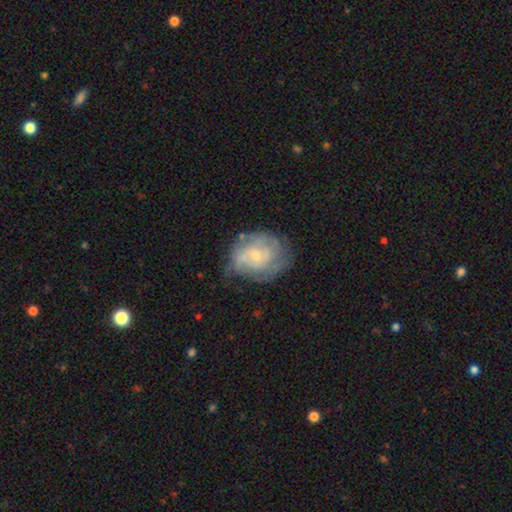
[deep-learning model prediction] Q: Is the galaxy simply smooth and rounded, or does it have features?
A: featured or disk — 69%.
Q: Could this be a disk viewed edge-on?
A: no — 97%.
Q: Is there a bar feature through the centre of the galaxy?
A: no — 72%.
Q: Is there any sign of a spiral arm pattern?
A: yes — 81%.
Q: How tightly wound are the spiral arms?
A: tight — 53%.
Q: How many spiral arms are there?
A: can't tell — 45%.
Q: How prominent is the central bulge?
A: small — 65%.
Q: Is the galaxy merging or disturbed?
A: none — 58%.